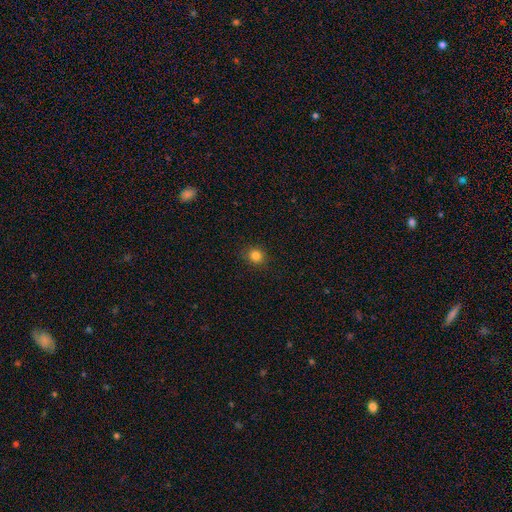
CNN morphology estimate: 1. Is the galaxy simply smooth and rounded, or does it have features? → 83% smooth, 13% star or artifact, 5% featured or disk.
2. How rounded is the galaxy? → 82% round, 17% in between, 1% cigar-shaped.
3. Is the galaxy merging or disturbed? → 90% none, 7% minor disturbance, 2% major disturbance, 1% merger.